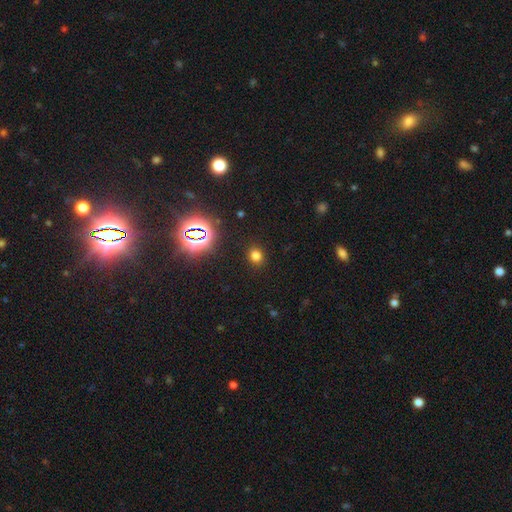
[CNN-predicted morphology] This is likely a smooth galaxy (72%). How rounded: likely round (73%). Merging: clearly none (89%).